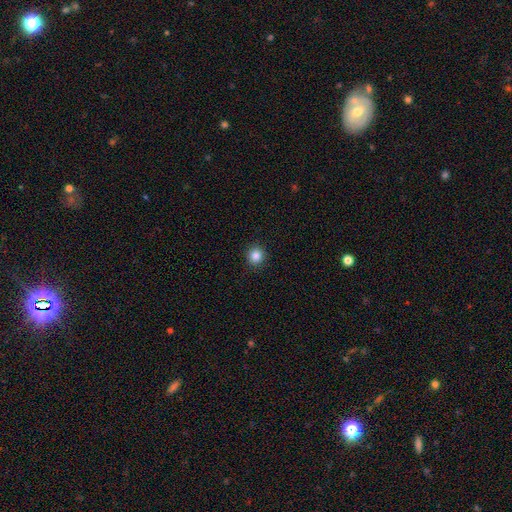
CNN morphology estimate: A smooth galaxy with no disk features (85%) that is round (91%).

Vote fractions:
- Smooth or featured? smooth: 85% / star or artifact: 11% / featured or disk: 4%
- How rounded? round: 91% / in between: 8% / cigar-shaped: 1%
- Merging? none: 92% / minor disturbance: 5% / major disturbance: 2% / merger: 1%